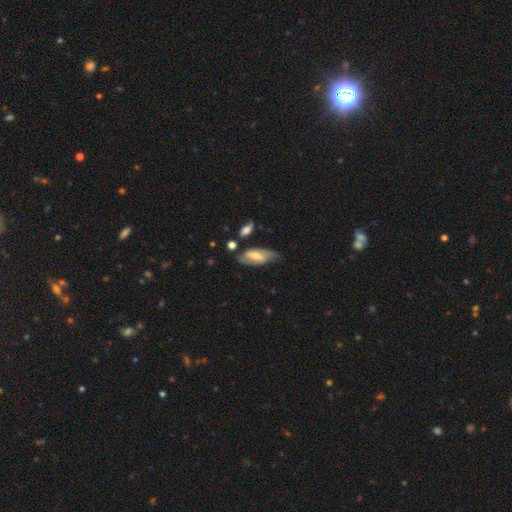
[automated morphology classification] Smooth or featured: featured or disk — 57% (smooth — 36%)
Edge-on disk: no — 85% (yes — 15%)
Merging: none — 62% (minor disturbance — 24%)